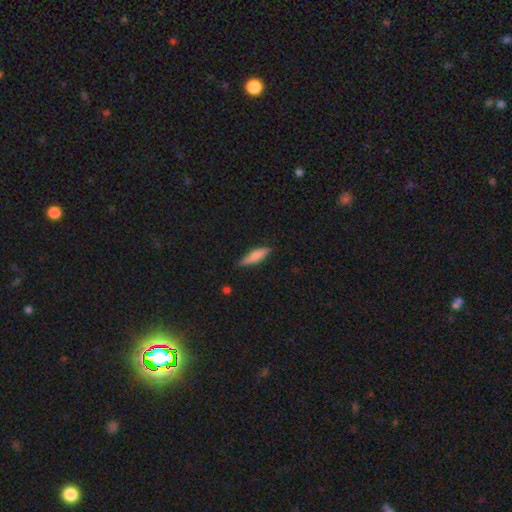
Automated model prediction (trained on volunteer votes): Smooth or featured? smooth (71%)
How rounded? cigar-shaped (72%)
Merging? none (84%)